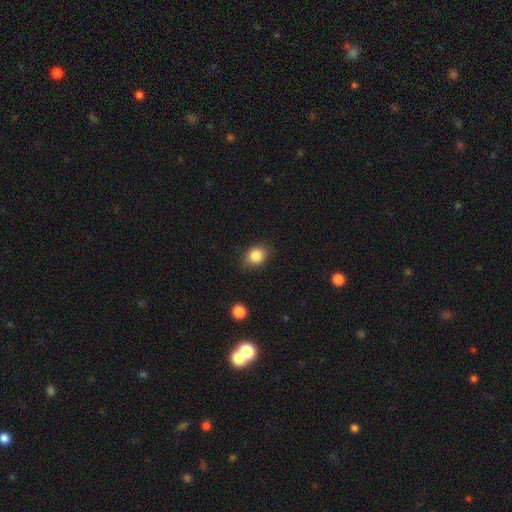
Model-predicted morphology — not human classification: Smooth or featured? Predicted: smooth (p=0.85). How rounded? Predicted: round (p=0.55). Merging? Predicted: none (p=0.84).